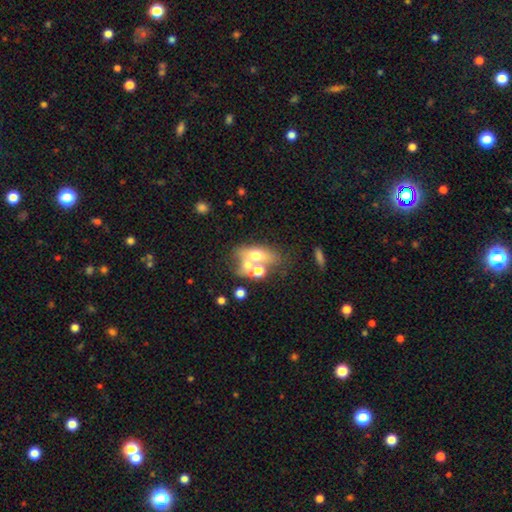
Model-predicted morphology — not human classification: The model was most divided on "merging": merger: 47%, none: 33%, minor disturbance: 11%, major disturbance: 9%. More confident: how rounded — in between (66%); smooth or featured — smooth (54%).